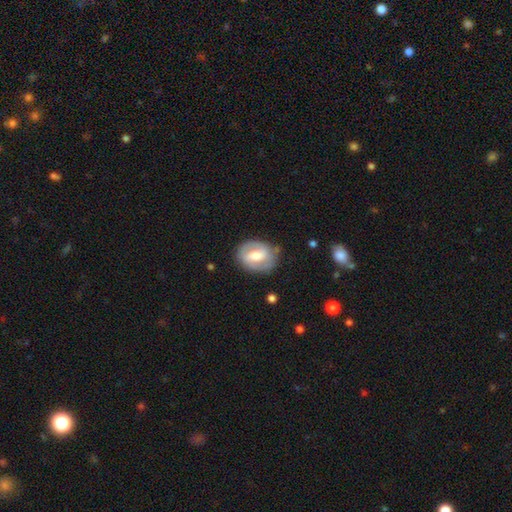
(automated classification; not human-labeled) Overall: featured or disk (66%; smooth 28%). Edge-on disk: no (96%). Bar: weak (47%; strong 35%). Spiral arms: yes (76%). Bulge size: moderate (62%). Merging: none (77%).